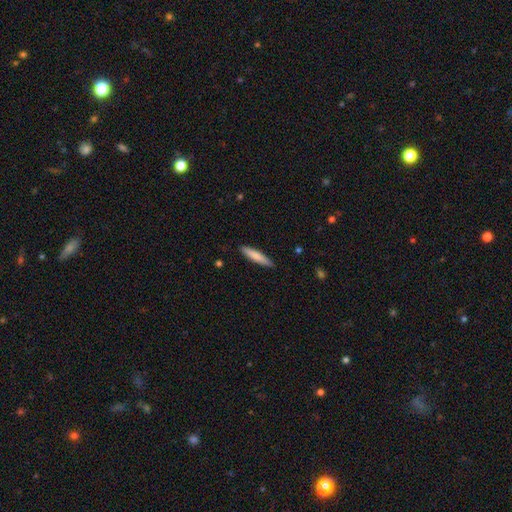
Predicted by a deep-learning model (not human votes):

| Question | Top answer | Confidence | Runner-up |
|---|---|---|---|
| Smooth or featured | smooth | 77% | featured or disk (18%) |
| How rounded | cigar-shaped | 88% | in between (11%) |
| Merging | none | 89% | minor disturbance (8%) |